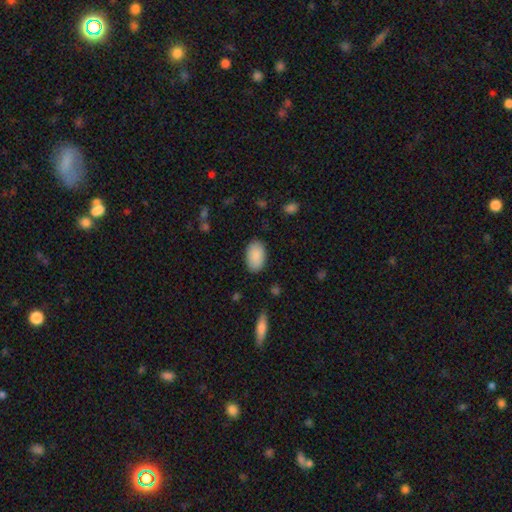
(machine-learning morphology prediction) The model was most divided on "merging": none: 87%, minor disturbance: 10%, major disturbance: 2%, merger: 1%. More confident: how rounded — in between (93%); smooth or featured — smooth (90%).